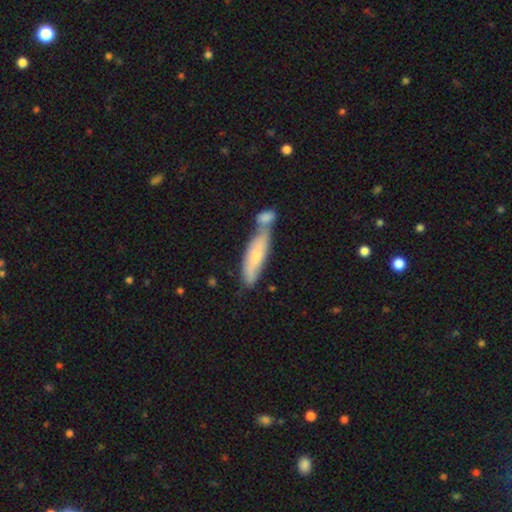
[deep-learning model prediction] smooth-or-featured: smooth: 61% | featured or disk: 33% | star or artifact: 5%
  how-rounded: cigar-shaped: 63% | in between: 35% | round: 2%
  merging: merger: 48% | none: 34% | minor disturbance: 13% | major disturbance: 4%